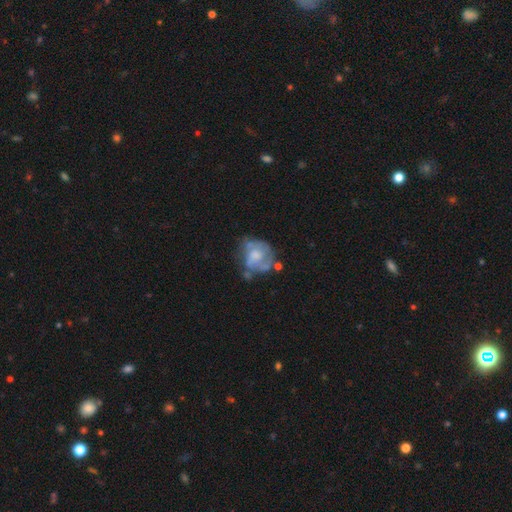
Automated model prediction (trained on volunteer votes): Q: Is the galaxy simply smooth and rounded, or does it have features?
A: featured or disk — 62%.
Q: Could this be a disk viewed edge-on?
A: no — 98%.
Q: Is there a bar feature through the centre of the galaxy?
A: no — 72%.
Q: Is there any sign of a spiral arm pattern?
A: yes — 57%.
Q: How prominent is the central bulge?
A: moderate — 36%.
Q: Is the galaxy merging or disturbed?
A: none — 39%.